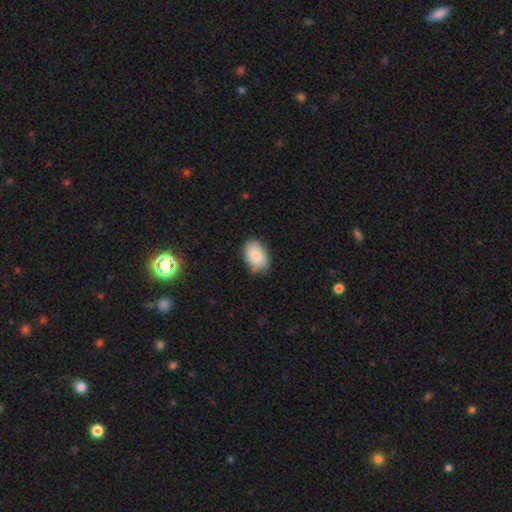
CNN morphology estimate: This appears to be a smooth galaxy with no disk features (86%) that is in between round and cigar-shaped (89%). Merging: none (75%).